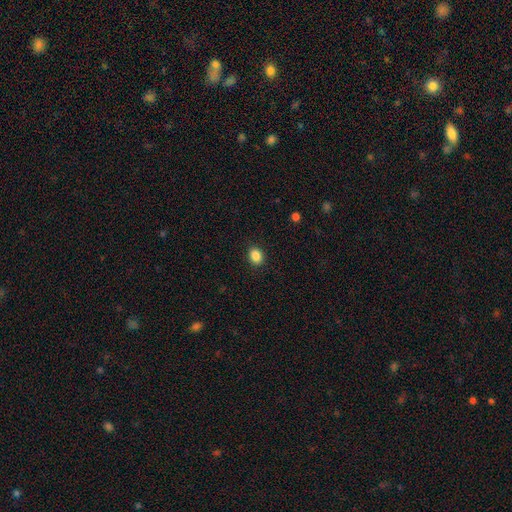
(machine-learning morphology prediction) This appears to be a smooth galaxy with no disk features (87%) that is in between round and cigar-shaped (57%). Merging: none (90%).